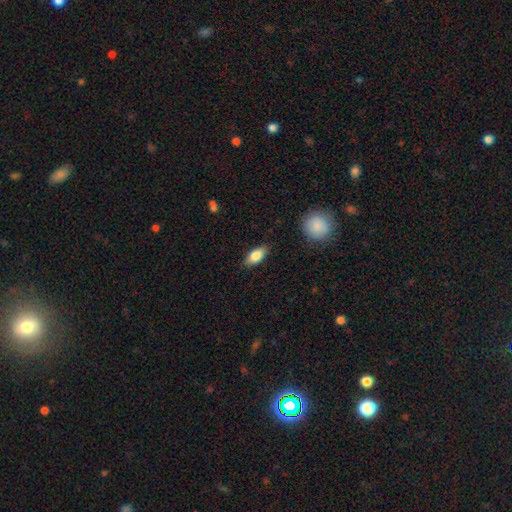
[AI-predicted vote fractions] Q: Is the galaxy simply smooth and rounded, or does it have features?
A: smooth — 80%.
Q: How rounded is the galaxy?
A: in between — 85%.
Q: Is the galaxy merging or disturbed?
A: none — 84%.